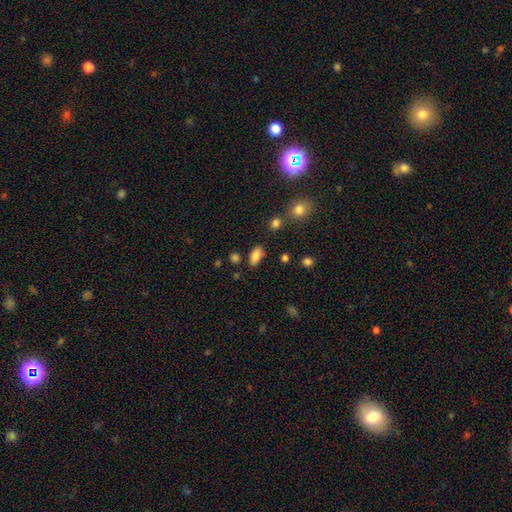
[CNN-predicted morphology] type=smooth (84%); roundness=in between (91%); merging=none (80%).